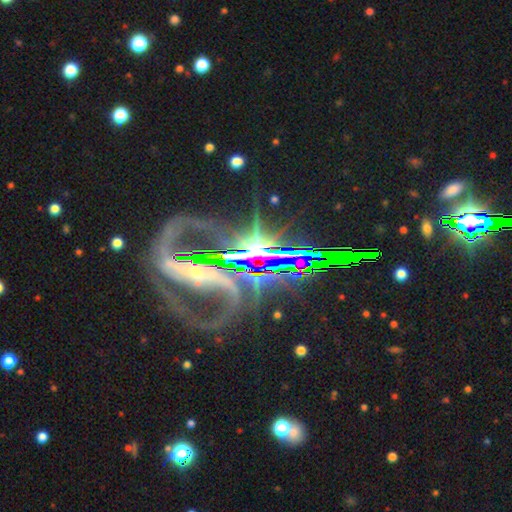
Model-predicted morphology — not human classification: This is possibly a featured or disk galaxy (56%). It is likely not viewed edge-on (73%). Merging: likely none (69%).